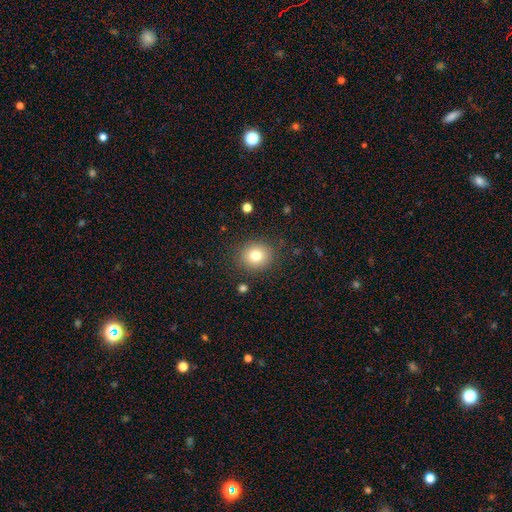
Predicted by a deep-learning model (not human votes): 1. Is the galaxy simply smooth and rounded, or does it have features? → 79% smooth, 12% star or artifact, 9% featured or disk.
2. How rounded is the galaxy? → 85% round, 14% in between, 1% cigar-shaped.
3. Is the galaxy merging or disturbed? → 87% none, 8% minor disturbance, 3% major disturbance, 2% merger.